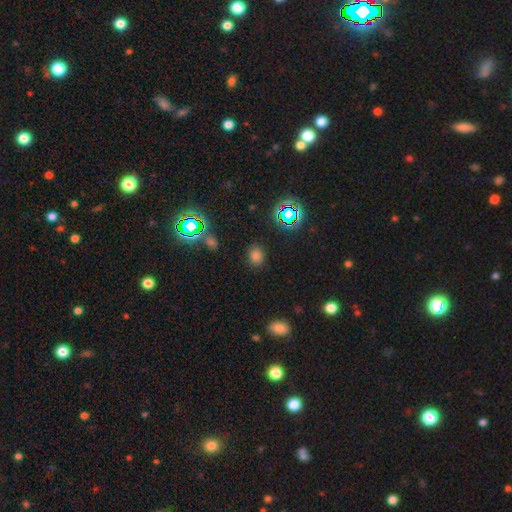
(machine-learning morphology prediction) smooth_or_featured: smooth (p=0.72) [alt: star or artifact p=0.23]
how_rounded: round (p=0.56) [alt: in between p=0.42]
merging: none (p=0.85) [alt: minor disturbance p=0.10]